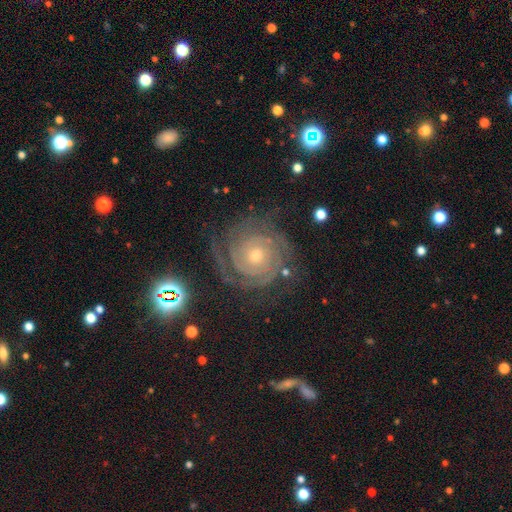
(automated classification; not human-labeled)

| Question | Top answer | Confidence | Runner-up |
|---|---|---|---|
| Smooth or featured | featured or disk | 88% | star or artifact (7%) |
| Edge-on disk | no | 98% | yes (2%) |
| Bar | no | 77% | weak (18%) |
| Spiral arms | yes | 98% | no (2%) |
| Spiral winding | tight | 83% | medium (14%) |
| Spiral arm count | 2 | 42% | 3 (21%) |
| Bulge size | small | 49% | moderate (46%) |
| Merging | none | 76% | minor disturbance (15%) |